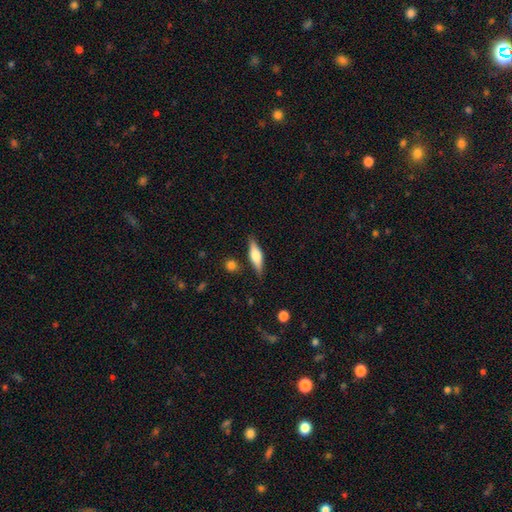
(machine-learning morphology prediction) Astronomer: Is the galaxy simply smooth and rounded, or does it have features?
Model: featured or disk — 48% (runner-up: smooth, 45%).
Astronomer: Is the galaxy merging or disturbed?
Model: none — 81%.